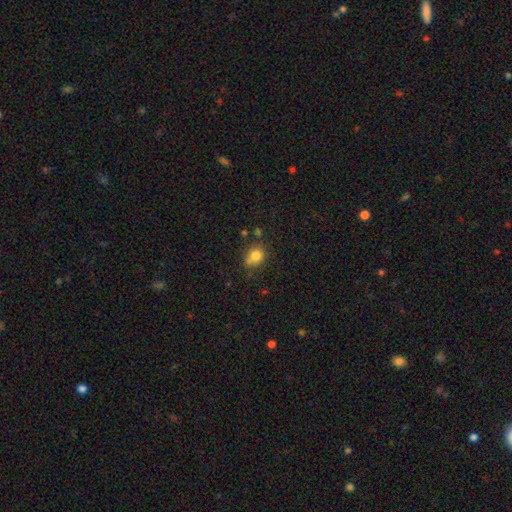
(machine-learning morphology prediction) Q: Smooth or featured?
A: smooth (79%); runner-up: star or artifact (12%)
Q: How rounded?
A: round (72%); runner-up: in between (27%)
Q: Merging?
A: none (64%); runner-up: minor disturbance (19%)